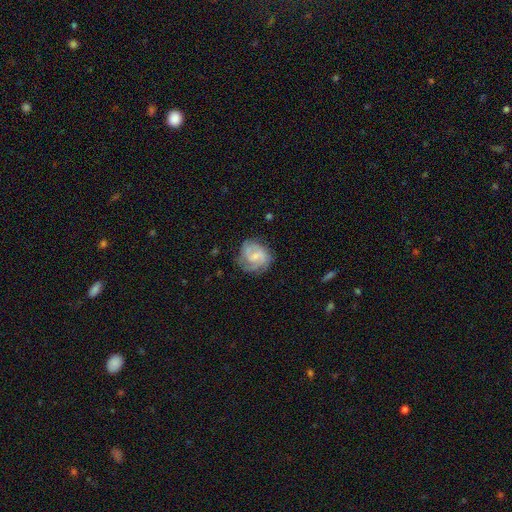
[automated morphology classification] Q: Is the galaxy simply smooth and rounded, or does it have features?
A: featured or disk — 79%.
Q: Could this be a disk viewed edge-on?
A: no — 98%.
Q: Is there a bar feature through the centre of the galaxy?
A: weak — 54%.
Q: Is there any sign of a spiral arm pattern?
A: yes — 95%.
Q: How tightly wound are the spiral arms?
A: tight — 49%.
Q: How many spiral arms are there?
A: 2 — 57%.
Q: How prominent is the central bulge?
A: small — 59%.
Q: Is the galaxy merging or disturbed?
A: none — 69%.